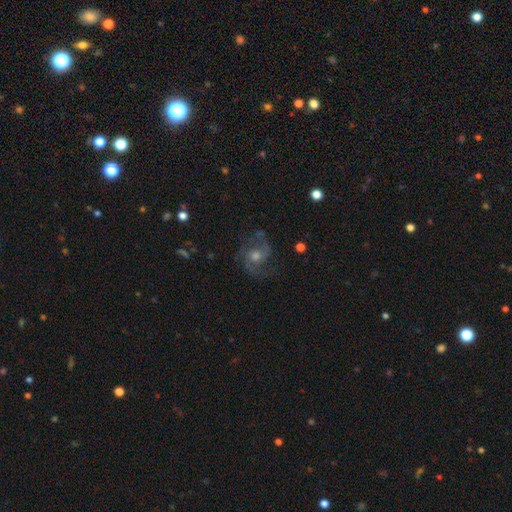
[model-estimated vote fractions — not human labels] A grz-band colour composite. It shows a featured or disk galaxy (76%) with no bar (68%), 2 (74%) medium (53%) spiral arms (94%) and a moderate central bulge (61%). Merging: none (70%).